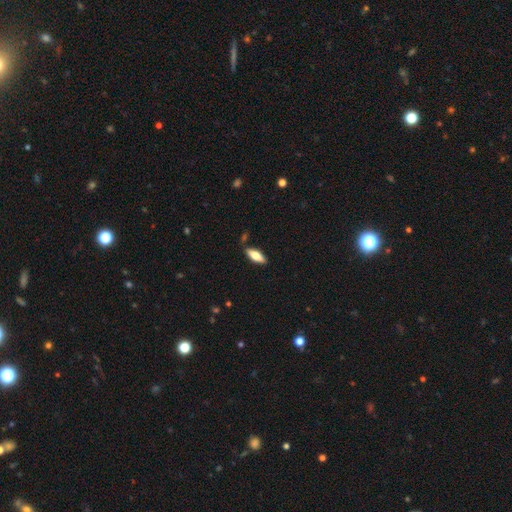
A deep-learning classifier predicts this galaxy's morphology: This appears to be a smooth galaxy with no disk features (68%) that is in between round and cigar-shaped (71%). Merging: none (85%).